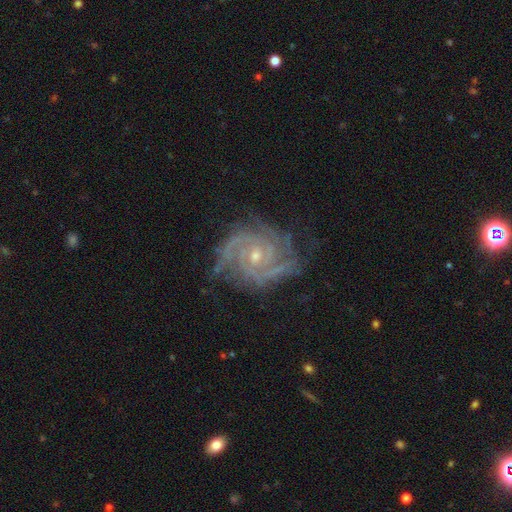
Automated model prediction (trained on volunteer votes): This is clearly a featured or disk galaxy (91%). It is clearly not viewed edge-on (98%). Bar: likely no (61%). Spiral arm pattern: clearly yes (98%). Spiral arm count: marginally 2 (29%). Spiral winding: likely tight (71%). Central bulge: possibly small (58%). Merging: likely none (71%).